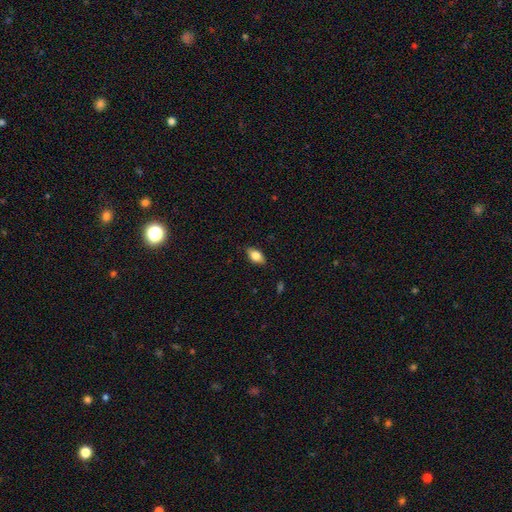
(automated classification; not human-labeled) This is likely a smooth galaxy (74%). How rounded: clearly in between (88%). Merging: clearly none (84%).